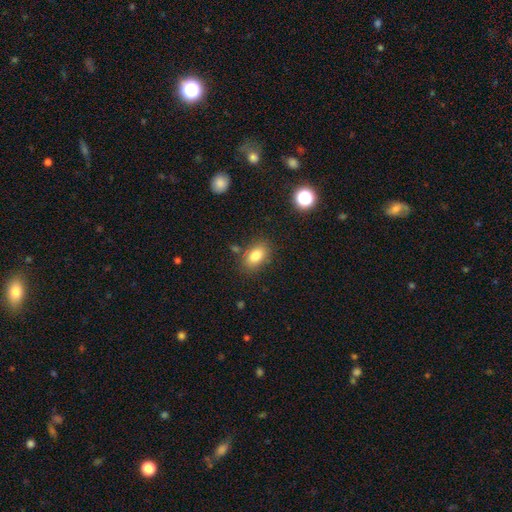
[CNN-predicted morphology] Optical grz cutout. It shows a smooth galaxy with no disk features (82%) that is in between round and cigar-shaped (86%). Merging: none (80%).